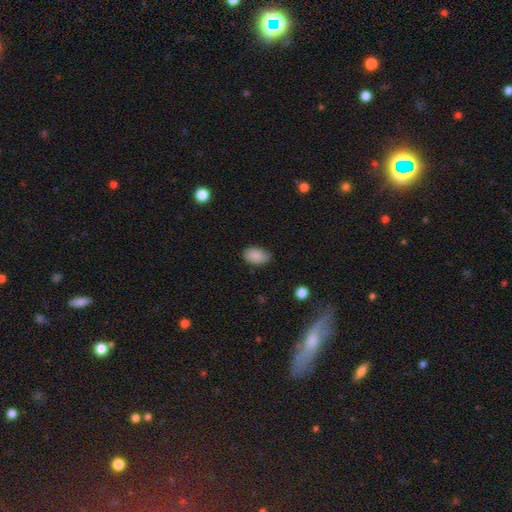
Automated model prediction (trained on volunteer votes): Q: Smooth or featured?
A: smooth (88%); runner-up: star or artifact (8%)
Q: How rounded?
A: in between (91%); runner-up: round (8%)
Q: Merging?
A: none (75%); runner-up: minor disturbance (21%)